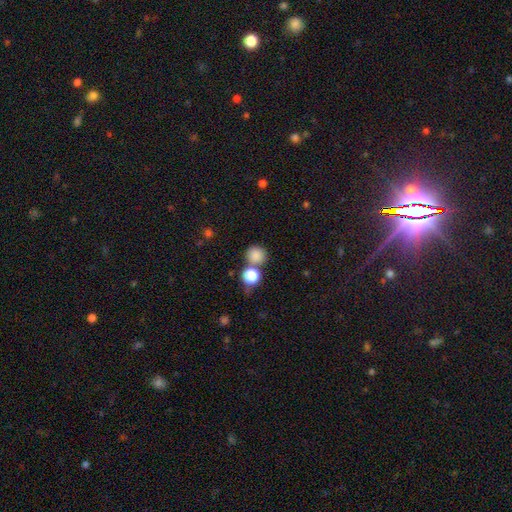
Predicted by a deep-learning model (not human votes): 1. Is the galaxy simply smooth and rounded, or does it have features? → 82% smooth, 13% star or artifact, 5% featured or disk.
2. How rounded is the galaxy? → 87% round, 12% in between, 1% cigar-shaped.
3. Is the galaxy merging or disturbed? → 64% none, 23% merger, 9% minor disturbance, 4% major disturbance.